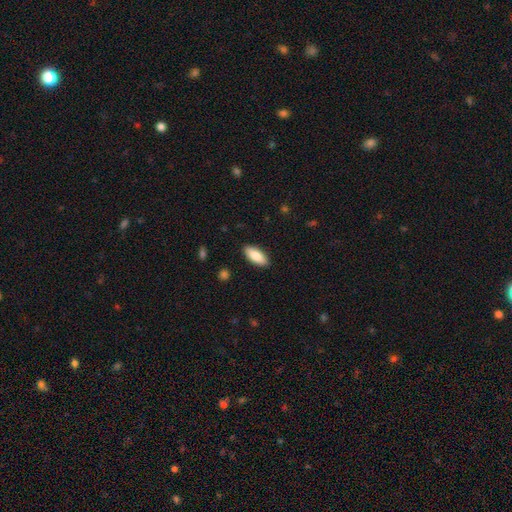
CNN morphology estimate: Smooth or featured? smooth (84%)
How rounded? in between (80%)
Merging? none (89%)